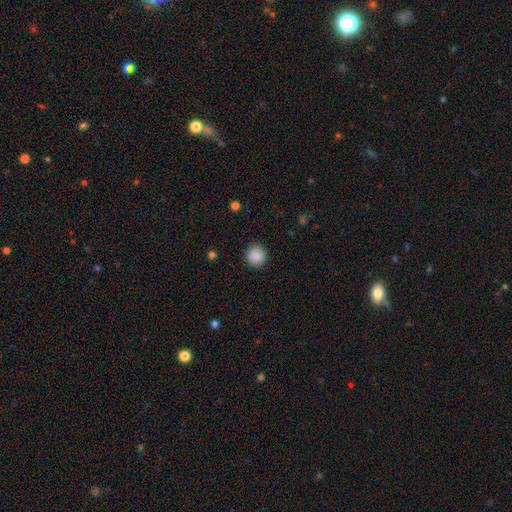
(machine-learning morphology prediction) type=smooth (88%); roundness=round (94%); merging=none (91%).